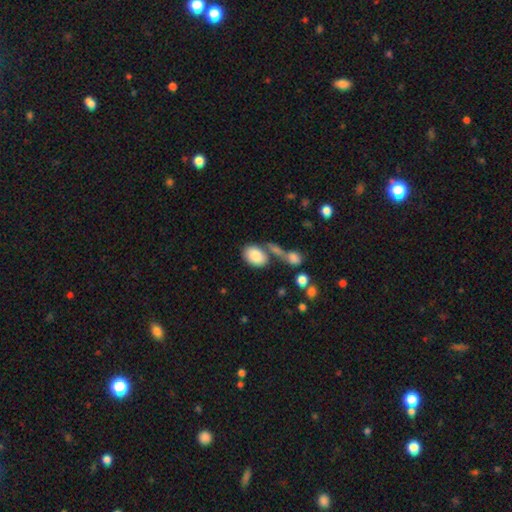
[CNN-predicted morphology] A smooth galaxy with no disk features (86%) that is in between round and cigar-shaped (86%).

Vote fractions:
- Smooth or featured? smooth: 86% / featured or disk: 7% / star or artifact: 7%
- How rounded? in between: 86% / round: 13% / cigar-shaped: 1%
- Merging? none: 50% / merger: 30% / minor disturbance: 13% / major disturbance: 7%